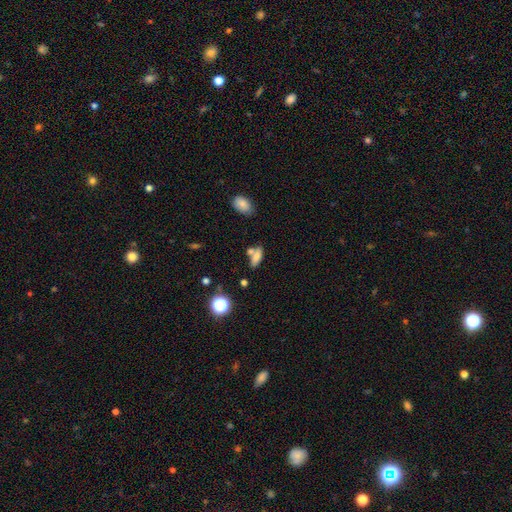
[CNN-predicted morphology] Smooth or featured?
  - smooth: 72% *
  - featured or disk: 17%
  - star or artifact: 11%
How rounded?
  - in between: 71% *
  - cigar-shaped: 24%
  - round: 5%
Merging?
  - none: 49% *
  - merger: 29%
  - minor disturbance: 16%
  - major disturbance: 6%